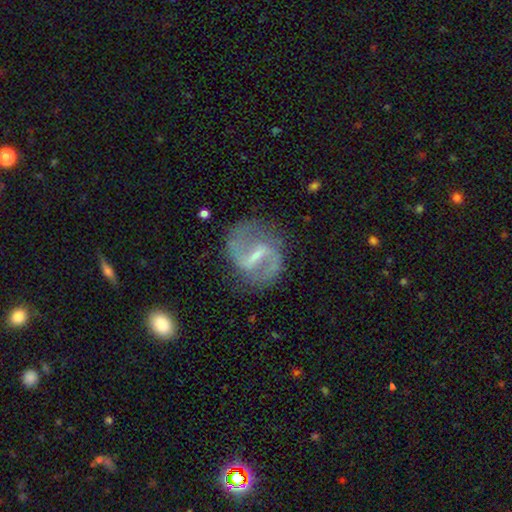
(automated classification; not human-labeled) A featured or disk galaxy (87%) with a strong bar (52%), 2 (92%) medium (47%) spiral arms (94%) and a small central bulge (61%).

Vote fractions:
- Smooth or featured? featured or disk: 87% / smooth: 7% / star or artifact: 6%
- Edge-on disk? no: 97% / yes: 3%
- Bar? strong: 52% / weak: 39% / no: 9%
- Spiral arms? yes: 94% / no: 6%
- Spiral winding? medium: 47% / loose: 40% / tight: 13%
- Spiral arm count? 2: 92% / can't tell: 3% / 1: 2% / 3: 1% / 4: 1% / more than 4: 1%
- Bulge size? small: 61% / moderate: 23% / none: 13% / large: 2% / dominant: 1%
- Merging? none: 80% / minor disturbance: 13% / major disturbance: 5% / merger: 2%